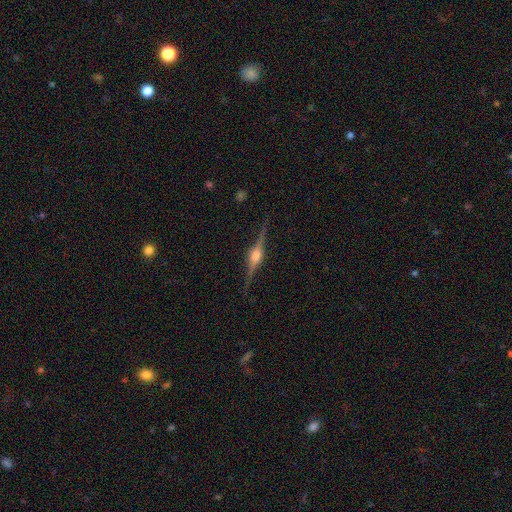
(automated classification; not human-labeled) The model was most divided on "merging": none: 89%, minor disturbance: 8%, major disturbance: 2%, merger: 1%. More confident: edge-on disk — yes (98%); edge-on bulge — rounded (92%); smooth or featured — featured or disk (88%).